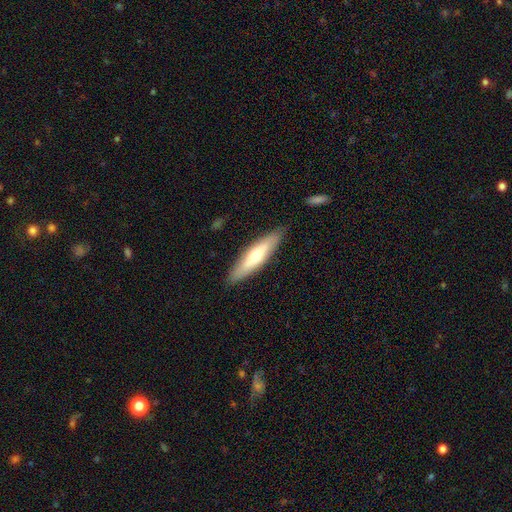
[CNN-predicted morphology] Smooth or featured? smooth (53%)
How rounded? cigar-shaped (74%)
Merging? none (87%)